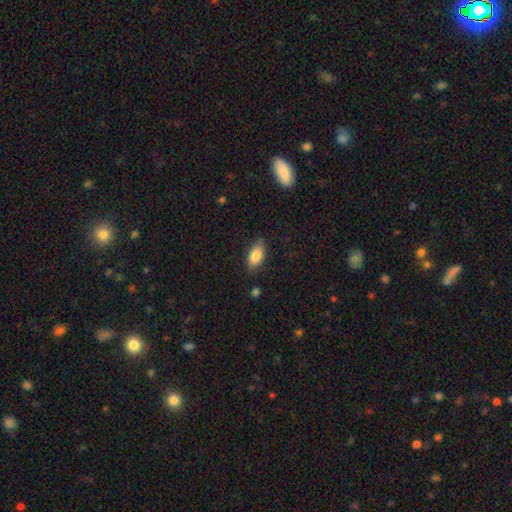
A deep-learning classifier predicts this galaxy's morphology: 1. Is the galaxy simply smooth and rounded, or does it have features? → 84% smooth, 9% featured or disk, 7% star or artifact.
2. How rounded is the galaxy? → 90% in between, 6% cigar-shaped, 4% round.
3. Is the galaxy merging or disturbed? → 81% none, 15% minor disturbance, 3% major disturbance, 1% merger.